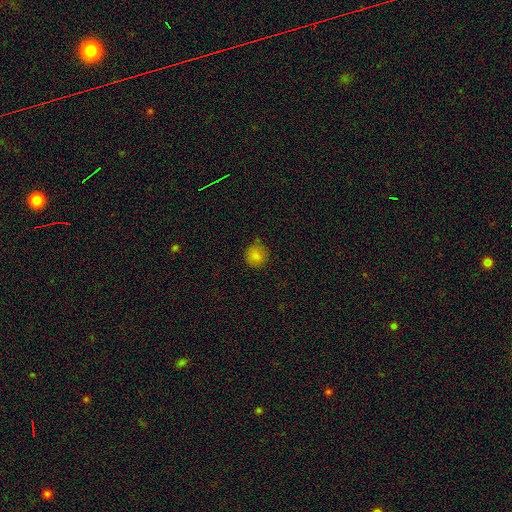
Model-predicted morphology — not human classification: Smooth or featured: smooth — 81% (star or artifact — 13%)
How rounded: round — 92% (in between — 7%)
Merging: none — 76% (minor disturbance — 18%)